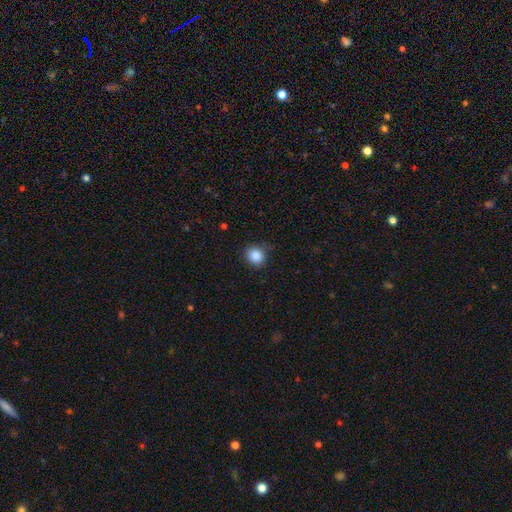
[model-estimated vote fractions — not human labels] Overall: smooth (87%). How rounded: round (84%). Merging: none (81%).